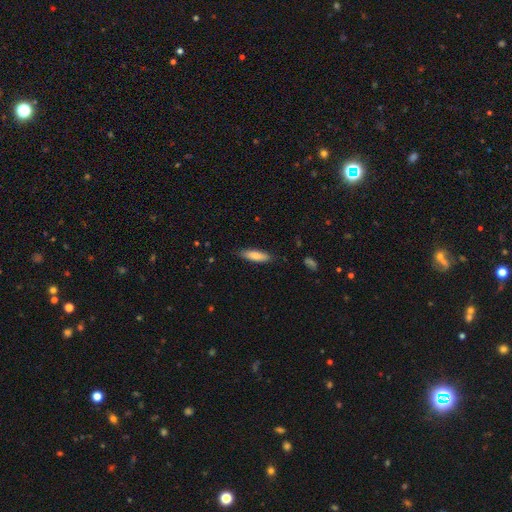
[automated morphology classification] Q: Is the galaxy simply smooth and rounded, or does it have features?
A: smooth — 81%.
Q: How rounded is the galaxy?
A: cigar-shaped — 64%.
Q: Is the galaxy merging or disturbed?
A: none — 85%.